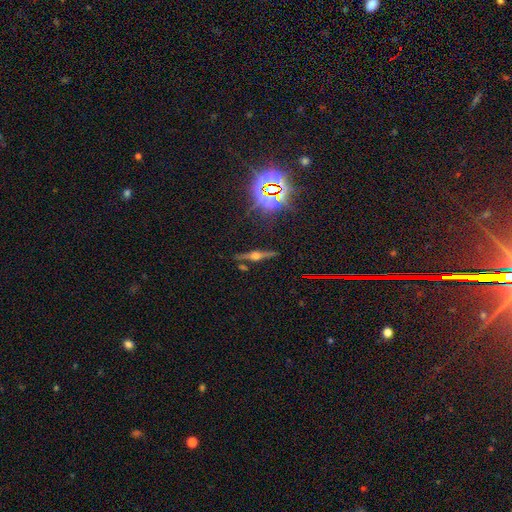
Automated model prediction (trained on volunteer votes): Q: Smooth or featured?
A: featured or disk (71%); runner-up: star or artifact (16%)
Q: Edge-on disk?
A: yes (96%); runner-up: no (4%)
Q: Edge-on bulge?
A: rounded (89%); runner-up: boxy (9%)
Q: Merging?
A: none (84%); runner-up: minor disturbance (10%)